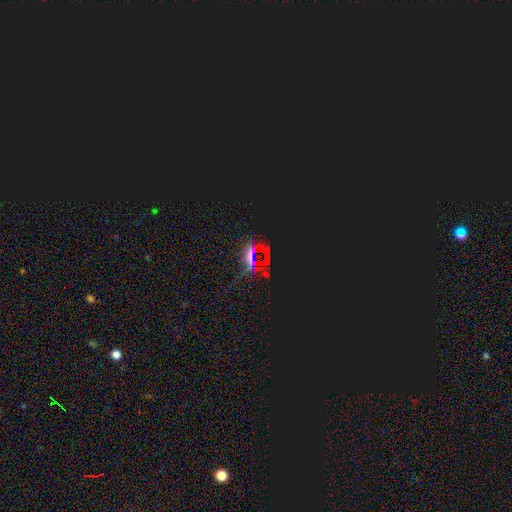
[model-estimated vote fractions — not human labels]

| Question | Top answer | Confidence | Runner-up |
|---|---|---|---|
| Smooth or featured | star or artifact | 72% | smooth (17%) |